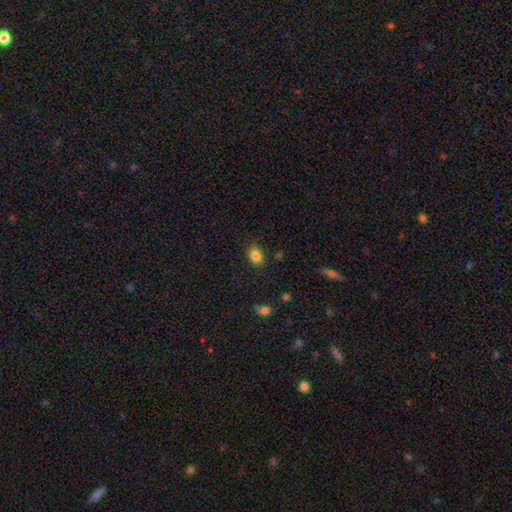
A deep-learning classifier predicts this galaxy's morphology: A smooth galaxy with no disk features (84%) that is in between round and cigar-shaped (58%).

Vote fractions:
- Smooth or featured? smooth: 84% / star or artifact: 10% / featured or disk: 6%
- How rounded? in between: 58% / round: 41% / cigar-shaped: 1%
- Merging? none: 85% / minor disturbance: 11% / major disturbance: 3% / merger: 2%